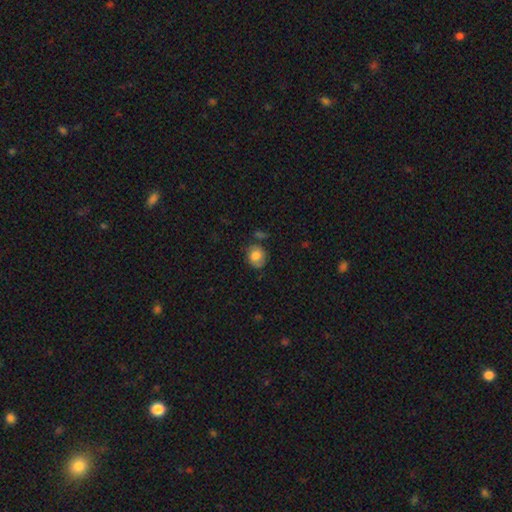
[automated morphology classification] Smooth or featured?
  - smooth: 76% *
  - featured or disk: 16%
  - star or artifact: 8%
How rounded?
  - round: 65% *
  - in between: 34%
  - cigar-shaped: 1%
Merging?
  - none: 68% *
  - minor disturbance: 22%
  - major disturbance: 5%
  - merger: 5%